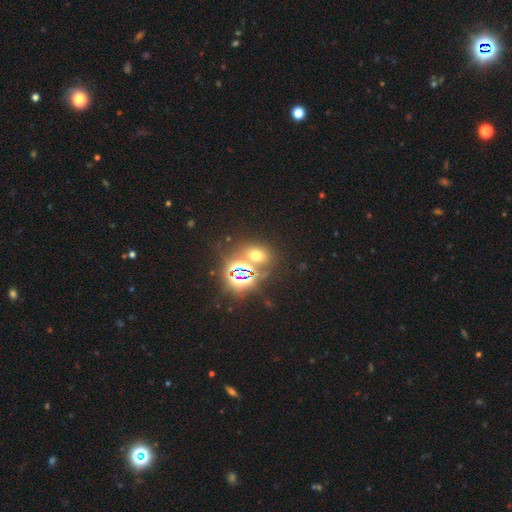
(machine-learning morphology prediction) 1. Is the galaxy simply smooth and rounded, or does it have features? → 49% star or artifact, 42% smooth, 9% featured or disk.